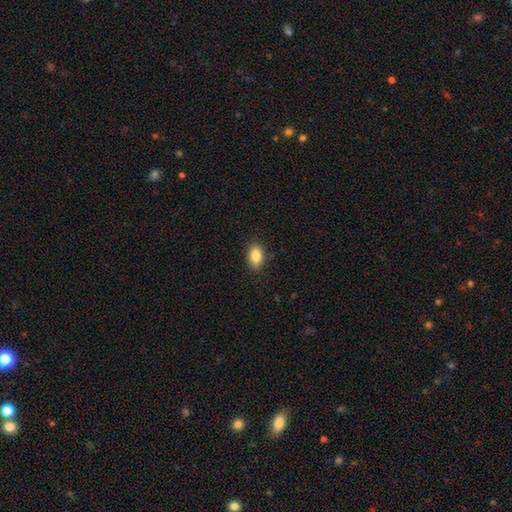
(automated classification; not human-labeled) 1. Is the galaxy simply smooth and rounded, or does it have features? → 85% smooth, 8% star or artifact, 7% featured or disk.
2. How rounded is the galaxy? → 87% in between, 11% round, 2% cigar-shaped.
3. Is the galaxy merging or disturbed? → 87% none, 10% minor disturbance, 2% major disturbance, 1% merger.